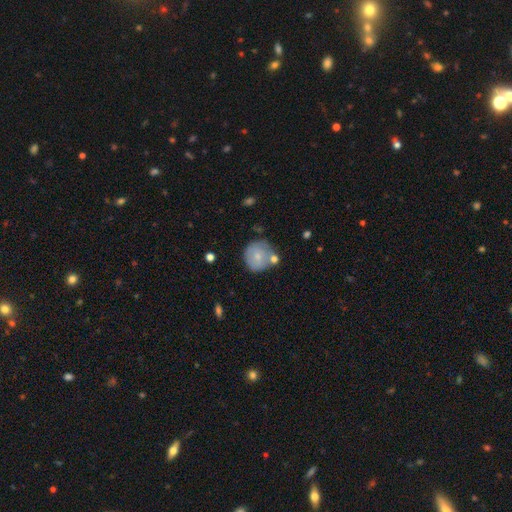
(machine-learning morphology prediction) This is likely a smooth galaxy (73%). How rounded: clearly round (90%). Merging: likely none (60%).